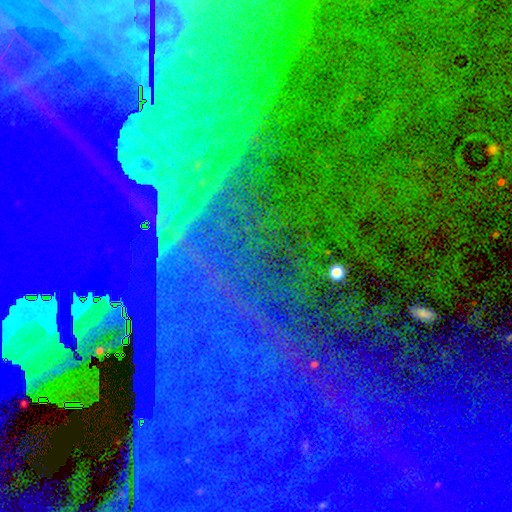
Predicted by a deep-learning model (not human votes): Morphology: type=star or artifact (85%).